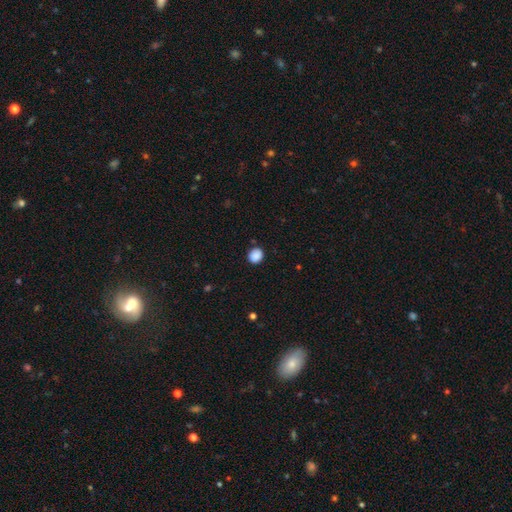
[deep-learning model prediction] A smooth galaxy with no disk features (88%) that is round (73%).

Vote fractions:
- Smooth or featured? smooth: 88% / star or artifact: 9% / featured or disk: 3%
- How rounded? round: 73% / in between: 26% / cigar-shaped: 1%
- Merging? none: 86% / minor disturbance: 10% / major disturbance: 2% / merger: 2%